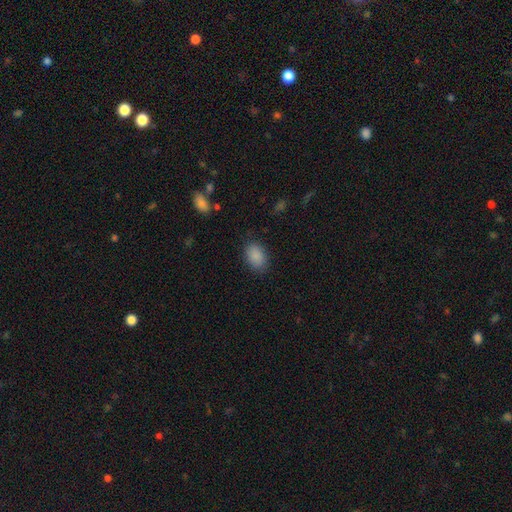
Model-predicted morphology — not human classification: Smooth or featured?
  - smooth: 89% *
  - star or artifact: 8%
  - featured or disk: 4%
How rounded?
  - in between: 84% *
  - round: 15%
  - cigar-shaped: 1%
Merging?
  - none: 85% *
  - minor disturbance: 11%
  - major disturbance: 3%
  - merger: 1%